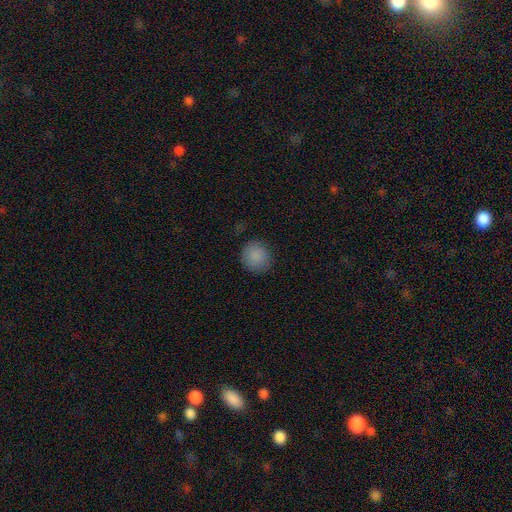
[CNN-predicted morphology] smooth 87%, star or artifact 9%, featured or disk 4%. Down the decision tree: how rounded — round (90%); merging — none (86%).